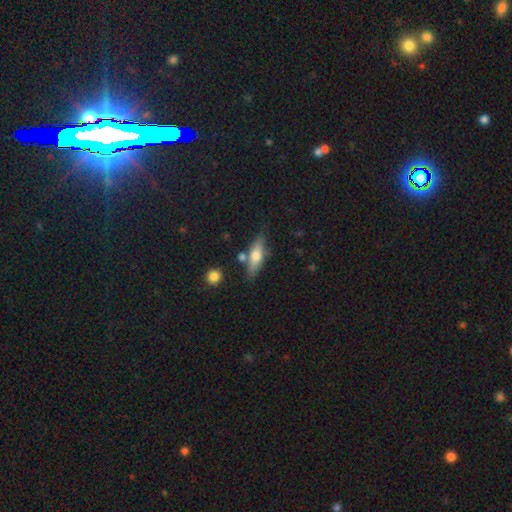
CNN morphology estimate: Smooth or featured? smooth (57%)
How rounded? cigar-shaped (52%)
Merging? none (74%)